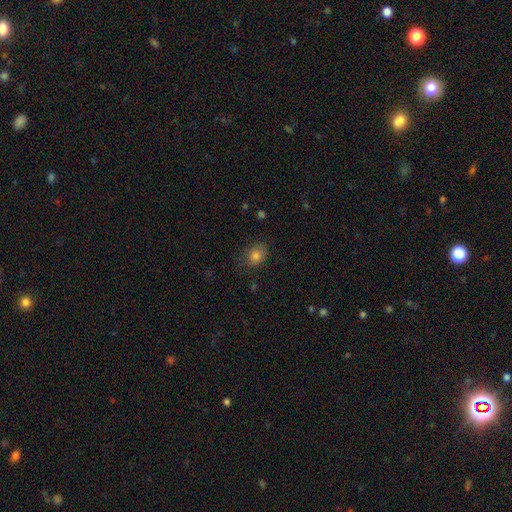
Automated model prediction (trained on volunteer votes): The model was most divided on "how rounded": in between: 51%, round: 48%, cigar-shaped: 1%. More confident: smooth or featured — smooth (79%); merging — none (73%).